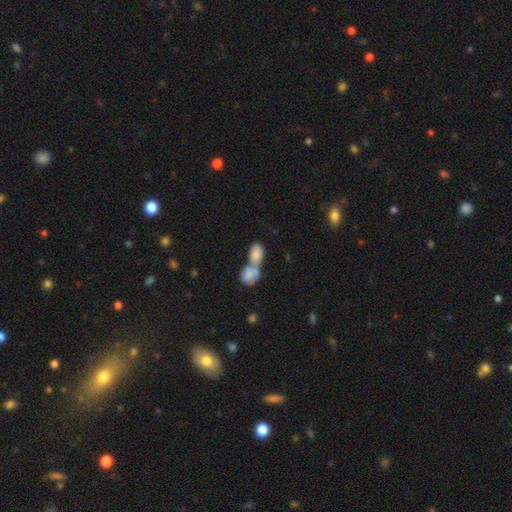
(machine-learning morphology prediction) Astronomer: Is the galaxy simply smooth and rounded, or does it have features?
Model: smooth — 81%.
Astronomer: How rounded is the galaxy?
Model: in between — 81%.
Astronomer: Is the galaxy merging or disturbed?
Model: merger — 76%.